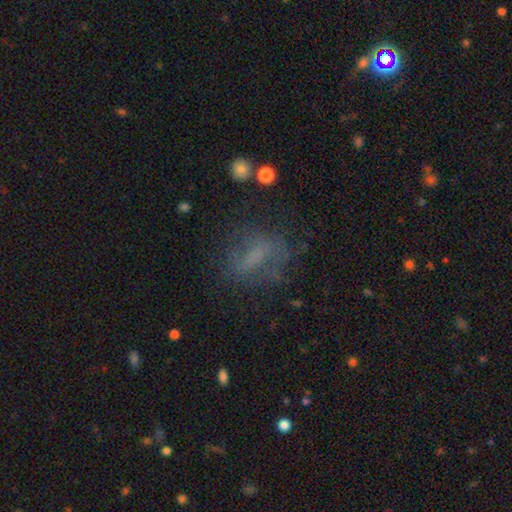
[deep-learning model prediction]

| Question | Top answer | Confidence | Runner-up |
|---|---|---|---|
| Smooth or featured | smooth | 49% | featured or disk (33%) |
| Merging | none | 62% | minor disturbance (20%) |